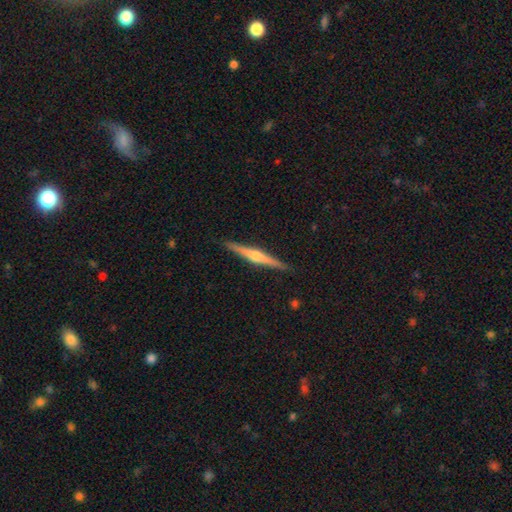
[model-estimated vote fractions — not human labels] A featured or disk galaxy (75%) viewed edge-on (98%) with a rounded central bulge (88%).

Vote fractions:
- Smooth or featured? featured or disk: 75% / smooth: 20% / star or artifact: 5%
- Edge-on disk? yes: 98% / no: 2%
- Edge-on bulge? rounded: 88% / none: 7% / boxy: 5%
- Merging? none: 91% / minor disturbance: 6% / major disturbance: 1% / merger: 1%